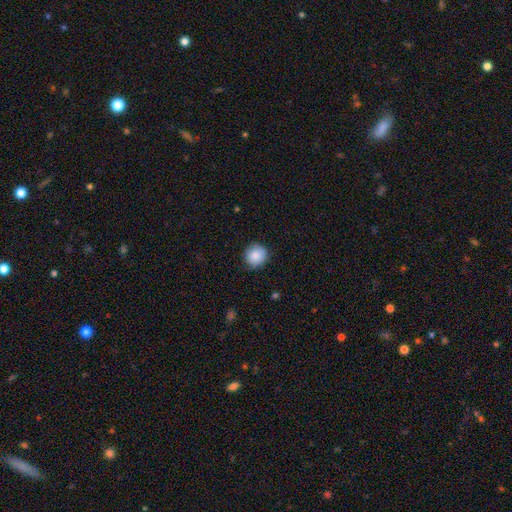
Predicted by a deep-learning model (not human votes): Q: Smooth or featured?
A: smooth (85%); runner-up: star or artifact (8%)
Q: How rounded?
A: round (91%); runner-up: in between (8%)
Q: Merging?
A: none (80%); runner-up: minor disturbance (16%)